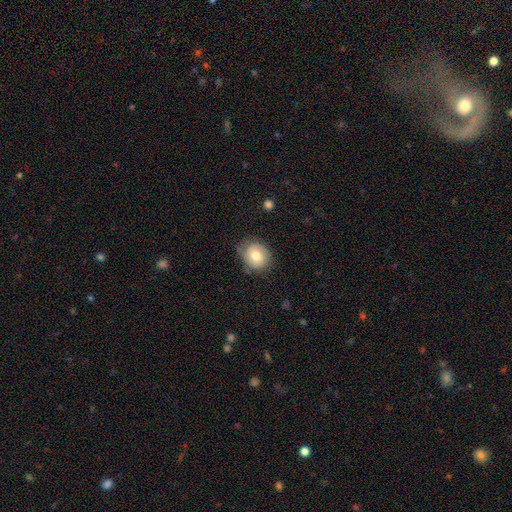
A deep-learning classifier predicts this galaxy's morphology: This appears to be a smooth galaxy with no disk features (76%) that is round (67%). Merging: none (71%).